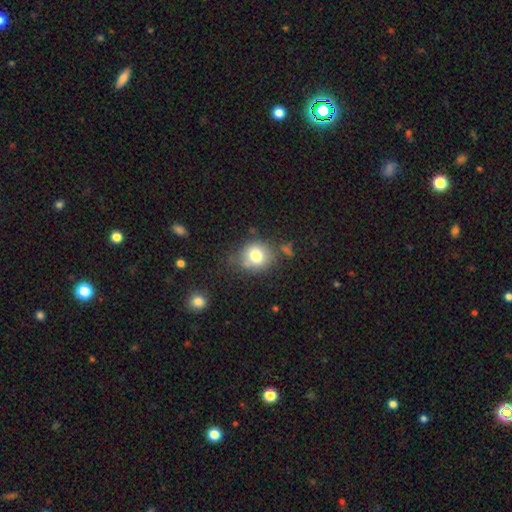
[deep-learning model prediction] Smooth or featured? Predicted: smooth (p=0.77). How rounded? Predicted: round (p=0.80). Merging? Predicted: none (p=0.66).